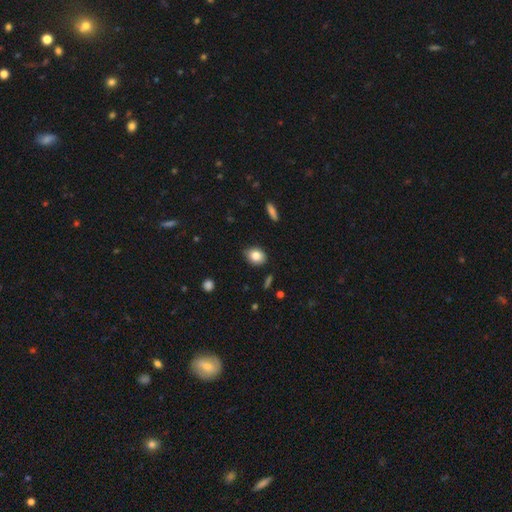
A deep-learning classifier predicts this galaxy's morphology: A smooth galaxy with no disk features (80%) that is in between round and cigar-shaped (64%).

Vote fractions:
- Smooth or featured? smooth: 80% / featured or disk: 11% / star or artifact: 9%
- How rounded? in between: 64% / round: 34% / cigar-shaped: 1%
- Merging? none: 83% / minor disturbance: 14% / major disturbance: 2% / merger: 1%